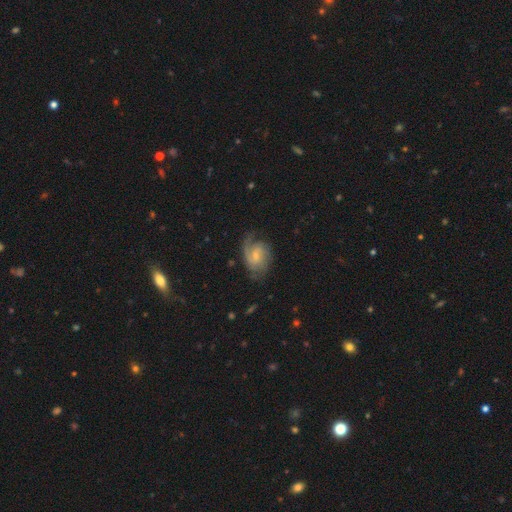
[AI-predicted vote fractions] This appears to be a featured or disk galaxy (75%) with a weak bar (48%), 2 (48%) medium (45%) spiral arms (94%) and a small central bulge (55%). Merging: none (63%).